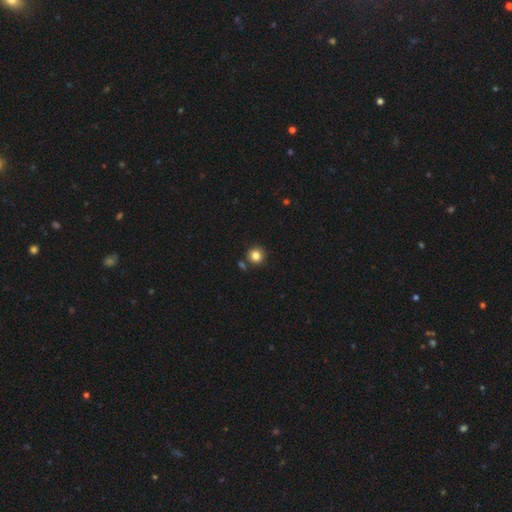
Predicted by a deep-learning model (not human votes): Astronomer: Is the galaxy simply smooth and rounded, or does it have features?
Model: smooth — 83%.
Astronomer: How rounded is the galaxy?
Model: round — 92%.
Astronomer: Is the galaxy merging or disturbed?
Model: none — 83%.